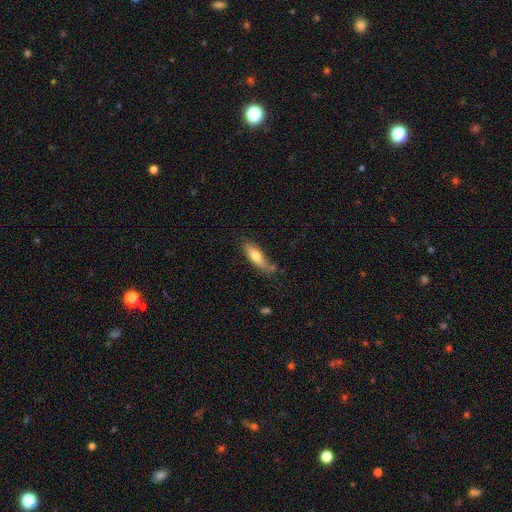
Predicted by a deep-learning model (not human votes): Smooth or featured? smooth (67%)
How rounded? cigar-shaped (51%)
Merging? none (63%)